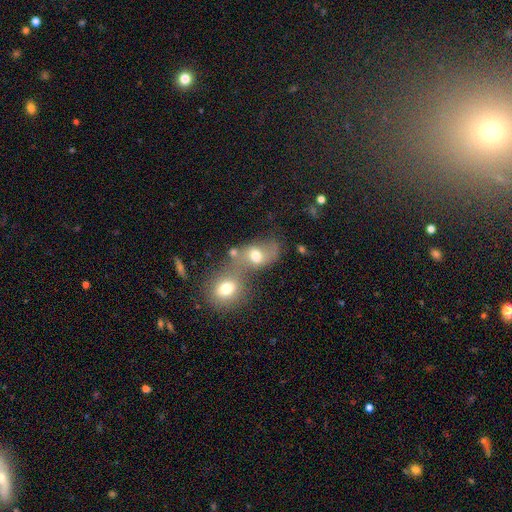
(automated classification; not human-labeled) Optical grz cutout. It shows a smooth galaxy with no disk features (61%) that is in between round and cigar-shaped (61%). Merging: merger (56%).